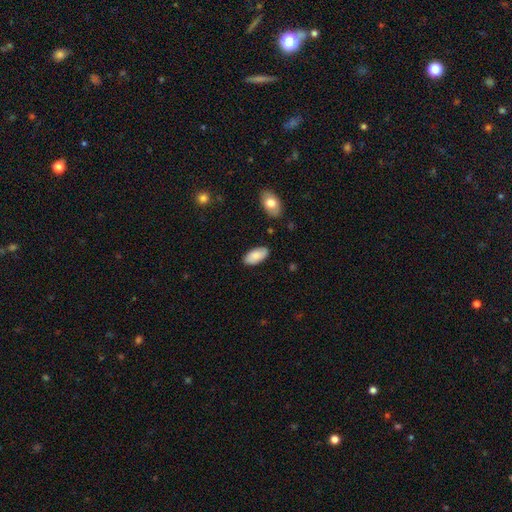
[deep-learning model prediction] A smooth galaxy with no disk features (81%) that is in between round and cigar-shaped (94%). Merging: none (83%).